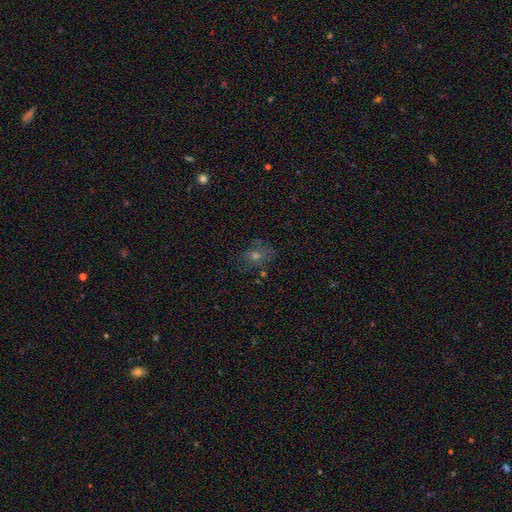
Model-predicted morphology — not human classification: A smooth galaxy with no disk features (41%).

Vote fractions:
- Smooth or featured? smooth: 41% / star or artifact: 31% / featured or disk: 28%
- Merging? none: 71% / minor disturbance: 18% / major disturbance: 8% / merger: 3%